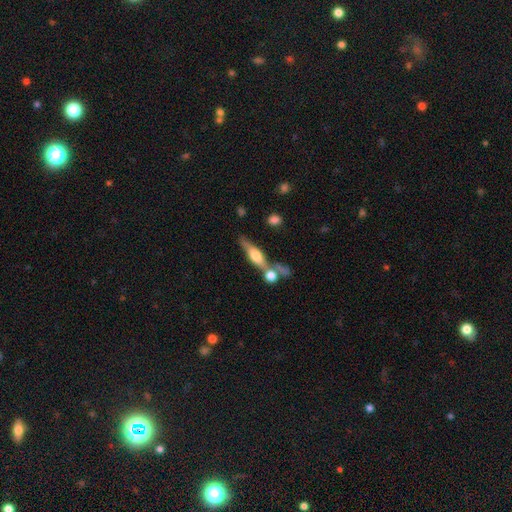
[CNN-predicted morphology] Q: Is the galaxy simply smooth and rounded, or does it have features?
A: featured or disk — 59%.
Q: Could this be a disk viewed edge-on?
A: yes — 90%.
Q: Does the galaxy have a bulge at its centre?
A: rounded — 86%.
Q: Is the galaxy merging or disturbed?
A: none — 56%.